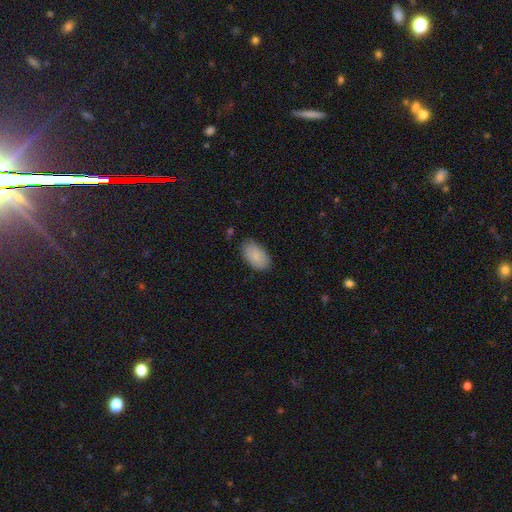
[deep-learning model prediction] smooth-or-featured: smooth: 87% | featured or disk: 6% | star or artifact: 6%
  how-rounded: in between: 94% | round: 4% | cigar-shaped: 1%
  merging: none: 81% | minor disturbance: 14% | major disturbance: 3% | merger: 1%